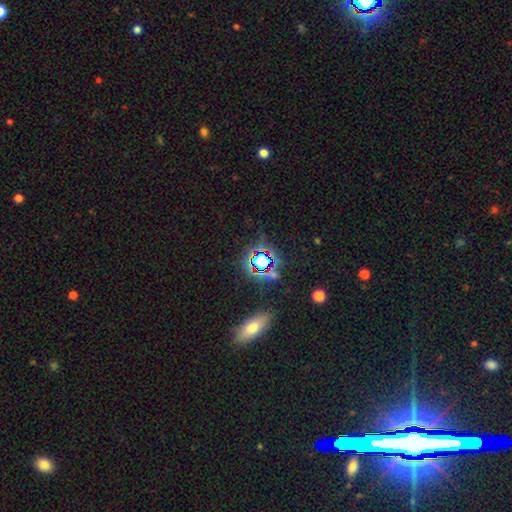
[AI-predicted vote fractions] Smooth or featured? Predicted: star or artifact (p=0.67).